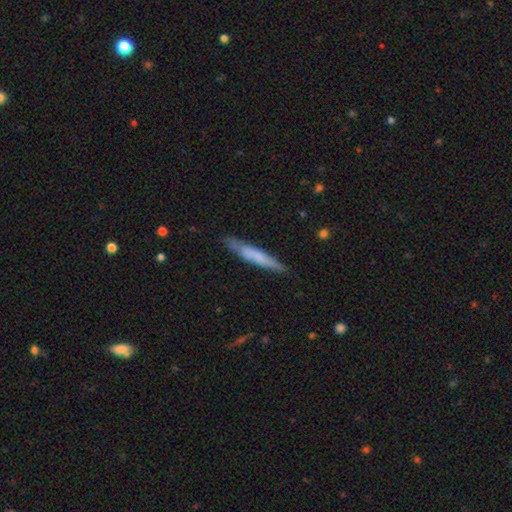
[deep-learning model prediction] Morphology: type=smooth (62%); roundness=cigar-shaped (93%); merging=none (82%).